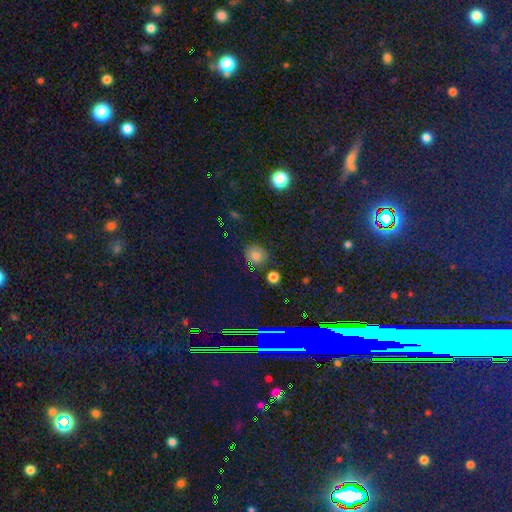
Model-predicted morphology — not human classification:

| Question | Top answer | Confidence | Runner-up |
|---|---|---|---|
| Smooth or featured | smooth | 67% | star or artifact (26%) |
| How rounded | round | 82% | in between (17%) |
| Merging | none | 82% | minor disturbance (11%) |